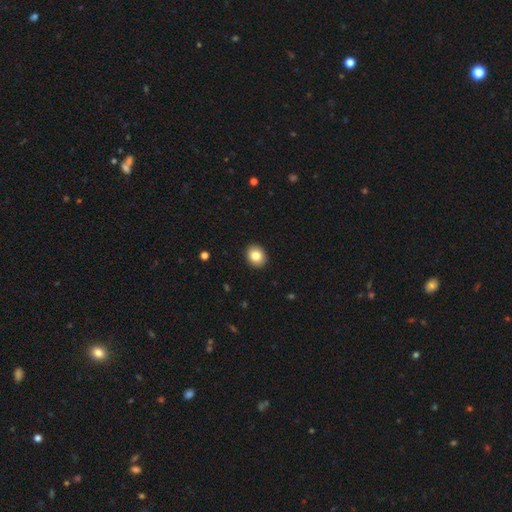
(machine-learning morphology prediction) A smooth galaxy with no disk features (84%) that is round (59%). Merging: none (92%).